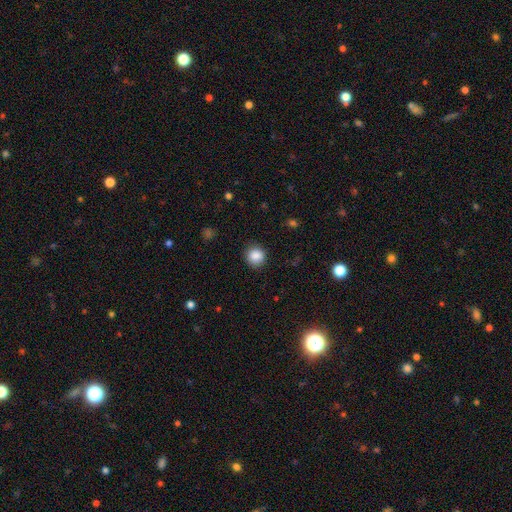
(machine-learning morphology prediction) This is clearly a smooth galaxy (87%). How rounded: clearly round (90%). Merging: clearly none (88%).